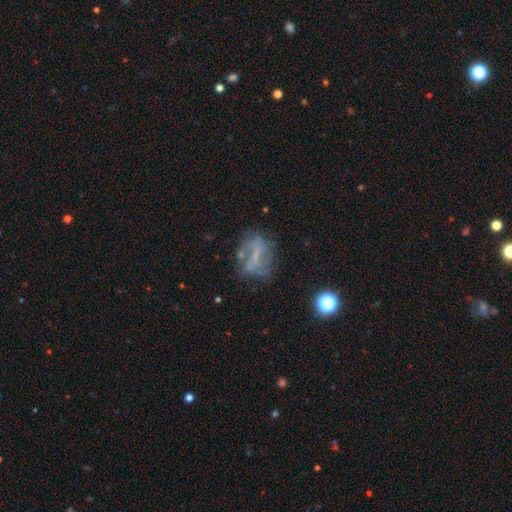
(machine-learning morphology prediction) Smooth or featured? Predicted: featured or disk (p=0.54). Edge-on disk? Predicted: no (p=0.93). Bar? Predicted: no (p=0.42). Spiral arms? Predicted: no (p=0.68). Bulge size? Predicted: none (p=0.63). Merging? Predicted: none (p=0.51).